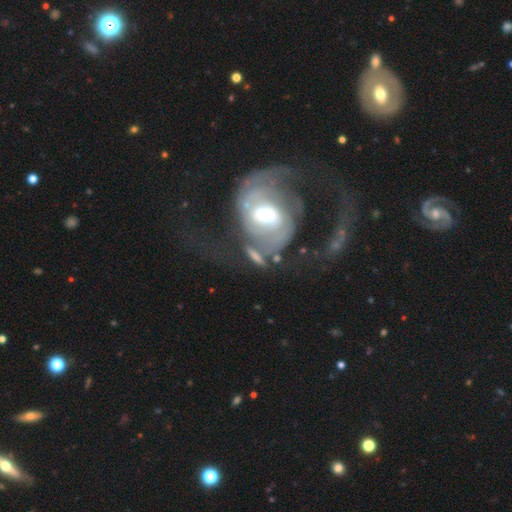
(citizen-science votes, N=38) smooth_or_featured: featured or disk (p=0.95) [alt: smooth p=0.03]
disk_edge_on: no (p=0.94) [alt: yes p=0.06]
bar: no (p=0.65) [alt: weak p=0.32]
has_spiral_arms: yes (p=1.00)
spiral_winding: medium (p=0.47) [alt: tight p=0.29]
spiral_arm_count: 2 (p=0.29) [tied with: 3 p=0.29]
bulge_size: moderate (p=0.68) [alt: small p=0.29]
merging: major disturbance (p=0.57) [alt: none p=0.24]